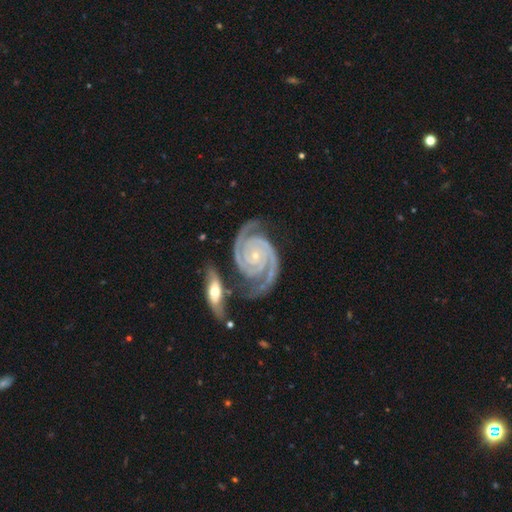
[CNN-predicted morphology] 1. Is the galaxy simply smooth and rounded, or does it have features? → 94% featured or disk, 3% star or artifact, 2% smooth.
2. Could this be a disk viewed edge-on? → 98% no, 2% yes.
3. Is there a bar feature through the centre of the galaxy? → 76% no, 15% weak, 9% strong.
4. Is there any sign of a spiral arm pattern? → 99% yes, 1% no.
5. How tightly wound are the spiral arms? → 75% tight, 22% medium, 3% loose.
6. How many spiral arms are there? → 87% 2, 6% 3, 2% can't tell, 2% 4, 2% 1, 2% more than 4.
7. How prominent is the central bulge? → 82% small, 15% moderate, 2% none, 1% large, 1% dominant.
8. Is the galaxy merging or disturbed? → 64% none, 15% merger, 15% minor disturbance, 5% major disturbance.